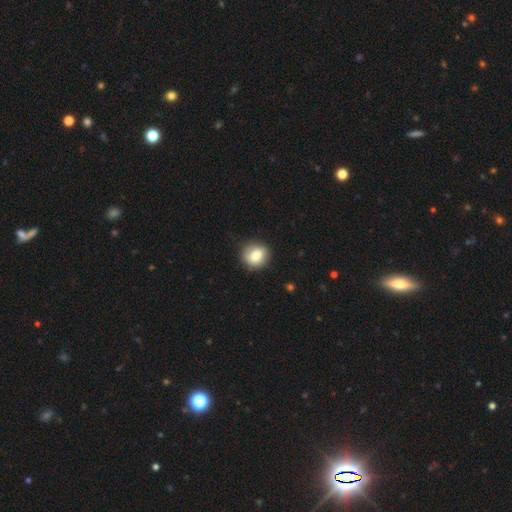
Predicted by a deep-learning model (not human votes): smooth 80%, featured or disk 12%, star or artifact 8%. Down the decision tree: how rounded — round (78%); merging — none (85%).